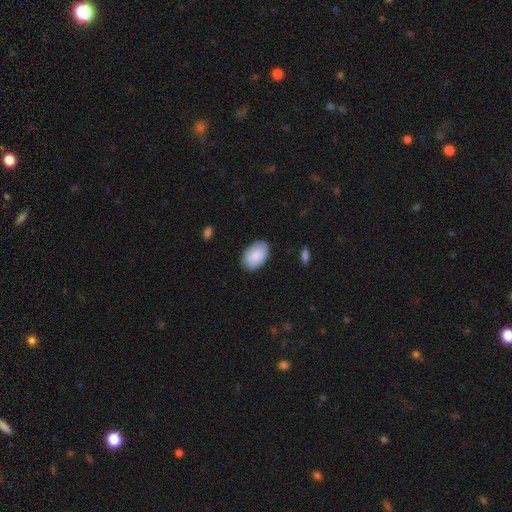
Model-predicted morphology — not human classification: type=smooth (89%); roundness=in between (91%); merging=none (86%).